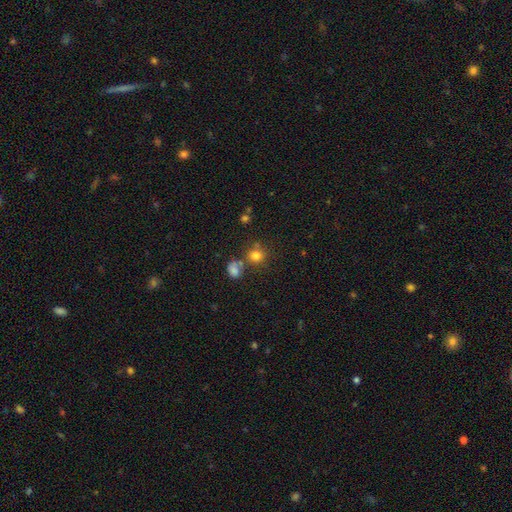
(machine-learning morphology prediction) Smooth or featured? smooth (76%)
How rounded? round (85%)
Merging? none (65%)